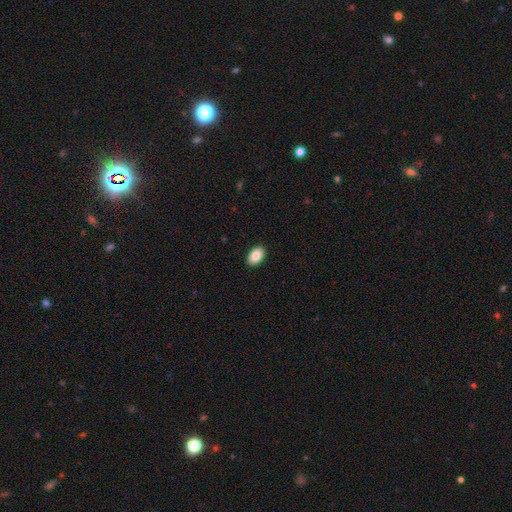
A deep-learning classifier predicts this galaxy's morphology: The model was most divided on "how rounded": in between: 89%, round: 9%, cigar-shaped: 1%. More confident: merging — none (91%); smooth or featured — smooth (88%).